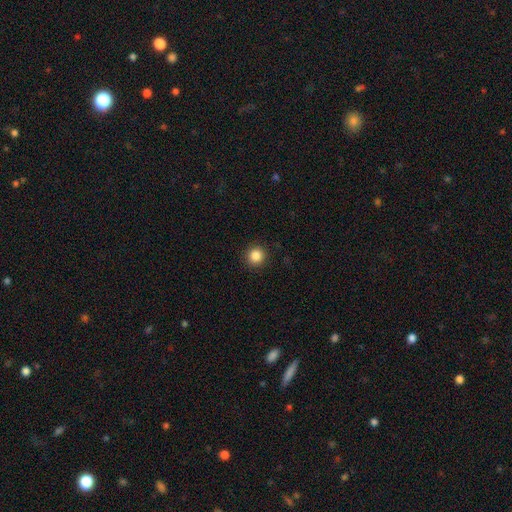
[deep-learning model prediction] Smooth or featured? smooth (86%)
How rounded? round (95%)
Merging? none (93%)